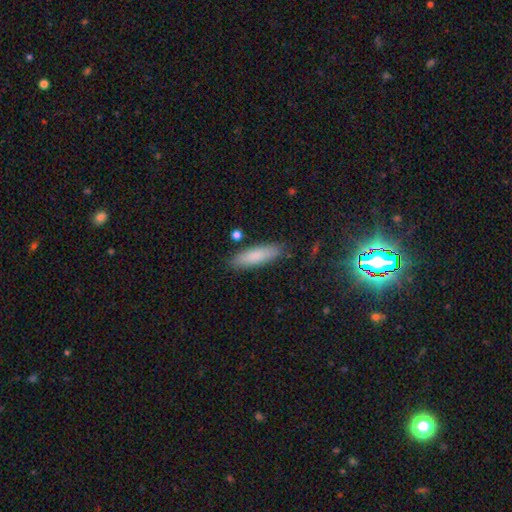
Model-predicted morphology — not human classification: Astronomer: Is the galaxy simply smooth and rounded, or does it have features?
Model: smooth — 82%.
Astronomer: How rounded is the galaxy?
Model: cigar-shaped — 63%.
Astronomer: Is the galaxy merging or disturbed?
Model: none — 85%.